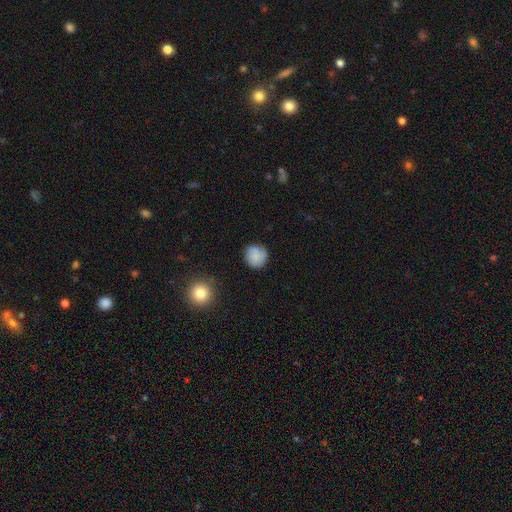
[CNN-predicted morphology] This is clearly a smooth galaxy (80%). How rounded: clearly round (92%). Merging: clearly none (81%).